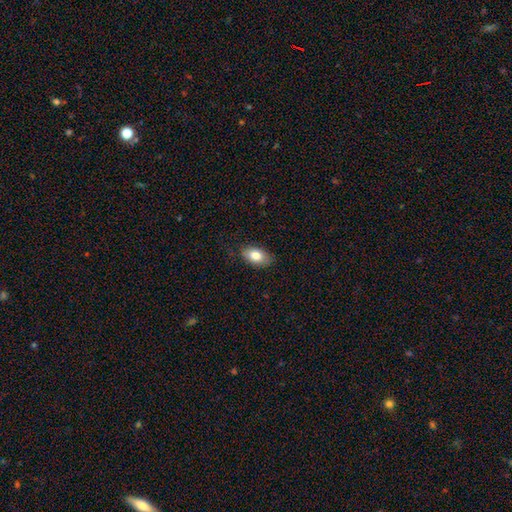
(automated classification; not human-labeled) smooth 81%, featured or disk 12%, star or artifact 7%. Down the decision tree: how rounded — in between (92%); merging — none (83%).